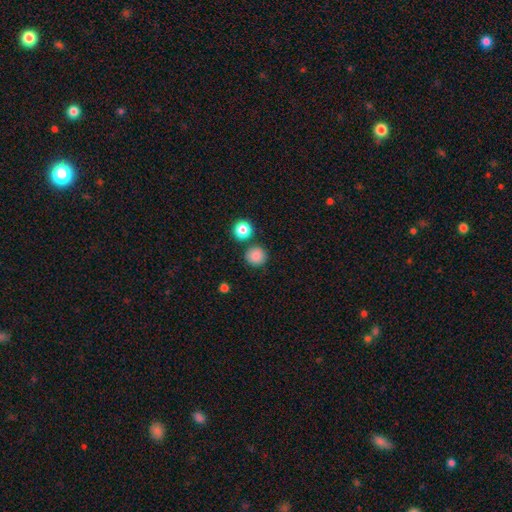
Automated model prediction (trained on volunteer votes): This is clearly a smooth galaxy (86%). How rounded: clearly round (93%). Merging: clearly none (81%).